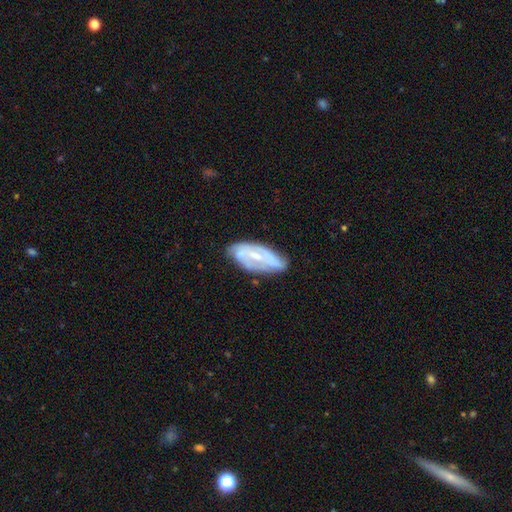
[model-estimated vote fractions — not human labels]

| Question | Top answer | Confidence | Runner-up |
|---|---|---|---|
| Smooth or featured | featured or disk | 66% | smooth (26%) |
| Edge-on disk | no | 88% | yes (12%) |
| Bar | no | 40% | weak (38%) |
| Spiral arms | yes | 71% | no (29%) |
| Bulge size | small | 62% | moderate (29%) |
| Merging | none | 70% | minor disturbance (21%) |